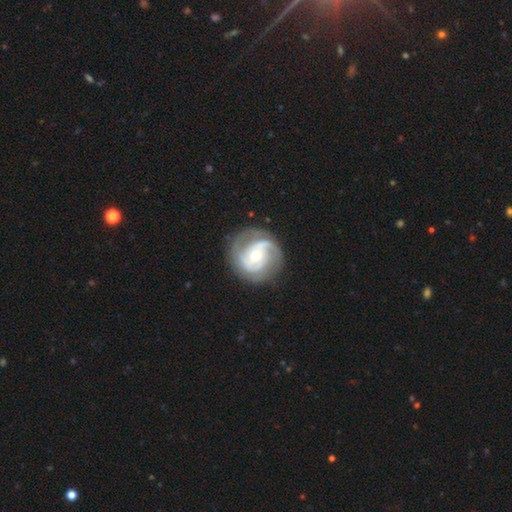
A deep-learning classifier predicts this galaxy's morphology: smooth_or_featured: featured or disk (p=0.86) [alt: smooth p=0.09]
disk_edge_on: no (p=0.98) [alt: yes p=0.02]
bar: no (p=0.56) [alt: weak p=0.32]
has_spiral_arms: yes (p=0.96) [alt: no p=0.04]
spiral_winding: medium (p=0.43) [tied with: tight p=0.43]
spiral_arm_count: 2 (p=0.55) [alt: 3 p=0.22]
bulge_size: moderate (p=0.61) [alt: small p=0.34]
merging: none (p=0.77) [alt: minor disturbance p=0.15]